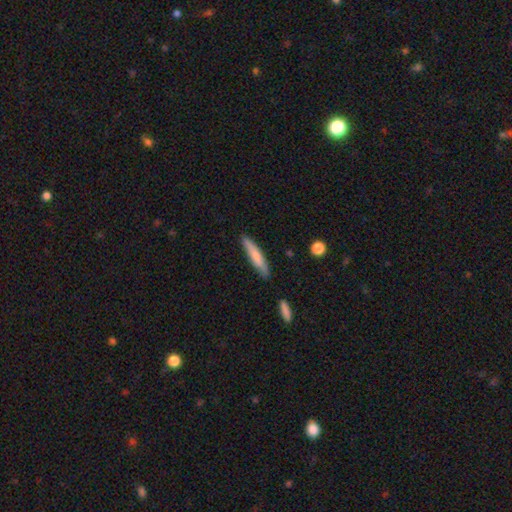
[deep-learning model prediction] Smooth or featured? smooth (72%)
How rounded? cigar-shaped (89%)
Merging? none (84%)